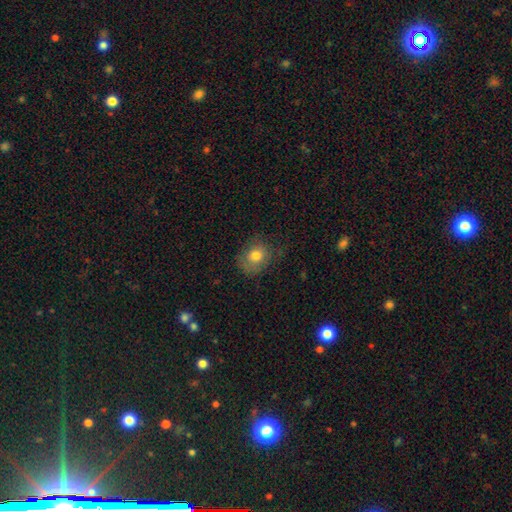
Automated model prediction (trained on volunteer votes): Morphology: type=smooth (75%); roundness=round (63%); merging=none (64%).